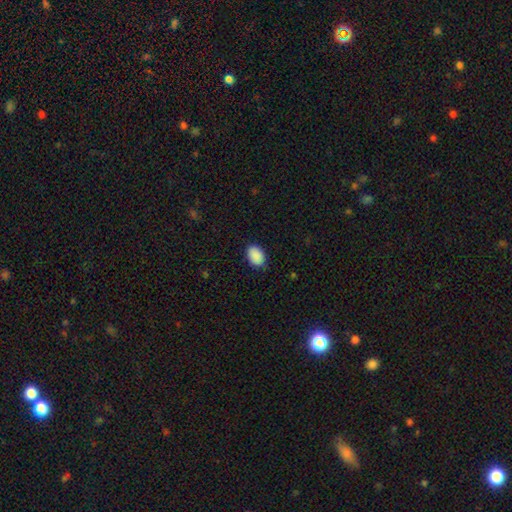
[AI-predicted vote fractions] Morphology: type=smooth (91%); roundness=in between (83%); merging=none (85%).